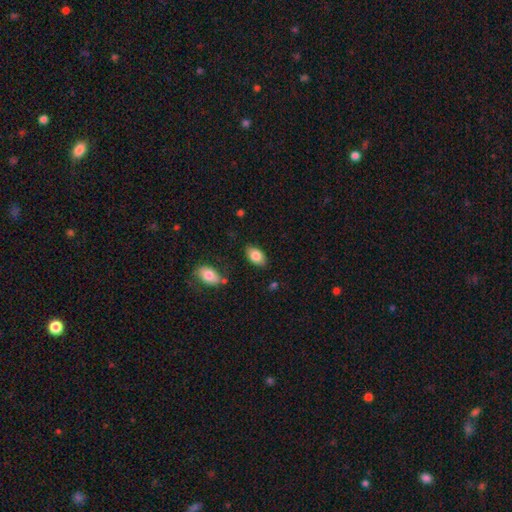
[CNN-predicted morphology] This is clearly a smooth galaxy (83%). How rounded: clearly in between (93%). Merging: clearly none (83%).